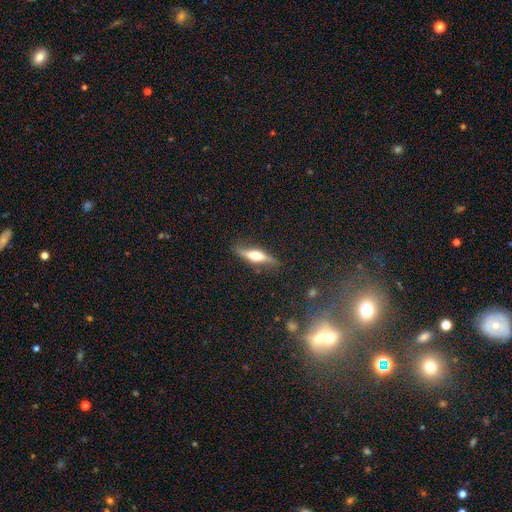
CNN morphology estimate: Smooth or featured? featured or disk (57%)
Edge-on disk? yes (88%)
Merging? none (80%)